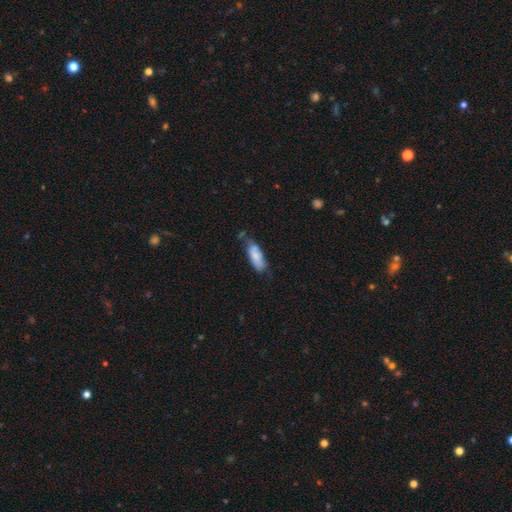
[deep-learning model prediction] Morphology: type=smooth (75%); roundness=in between (71%); merging=none (50%).